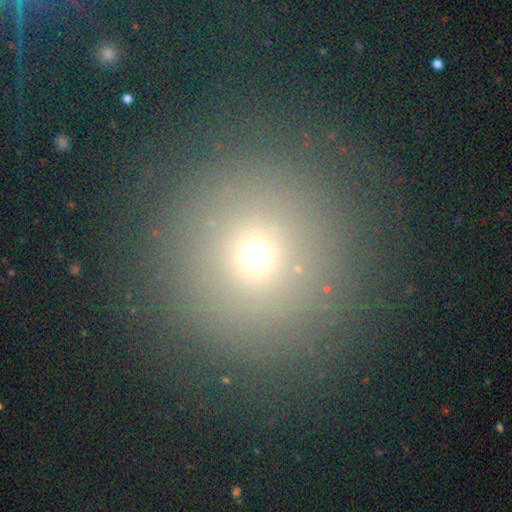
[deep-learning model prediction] smooth_or_featured: smooth (p=0.65) [alt: star or artifact p=0.25]
how_rounded: round (p=0.87) [alt: in between p=0.12]
merging: none (p=0.83) [alt: minor disturbance p=0.08]